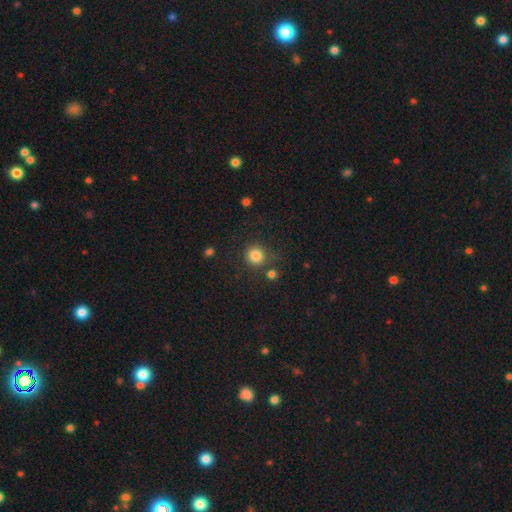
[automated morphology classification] smooth_or_featured: smooth (p=0.83) [alt: star or artifact p=0.12]
how_rounded: round (p=0.90) [alt: in between p=0.09]
merging: none (p=0.76) [alt: minor disturbance p=0.11]